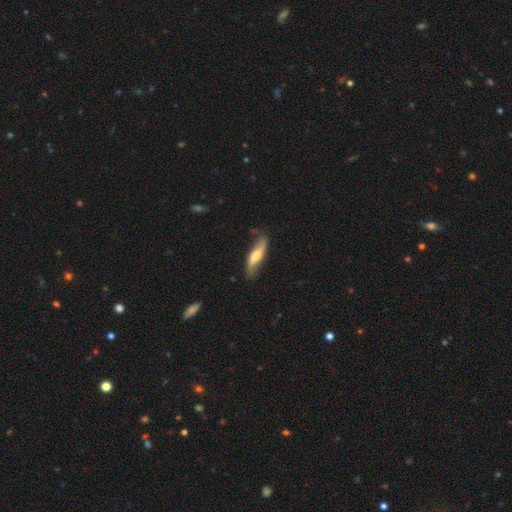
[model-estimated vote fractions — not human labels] Q: Smooth or featured?
A: smooth (50%); runner-up: featured or disk (44%)
Q: How rounded?
A: cigar-shaped (61%); runner-up: in between (36%)
Q: Merging?
A: none (62%); runner-up: minor disturbance (27%)